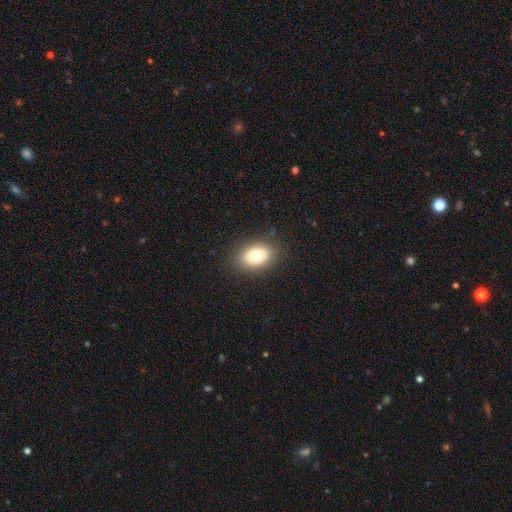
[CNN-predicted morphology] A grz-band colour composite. It shows a smooth galaxy with no disk features (75%) that is in between round and cigar-shaped (73%). Merging: none (86%).